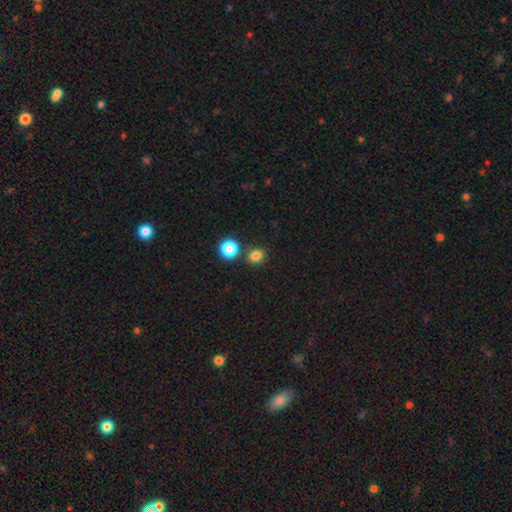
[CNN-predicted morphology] smooth-or-featured: smooth: 82% | star or artifact: 13% | featured or disk: 5%
  how-rounded: round: 60% | in between: 39% | cigar-shaped: 1%
  merging: none: 73% | merger: 14% | minor disturbance: 10% | major disturbance: 3%